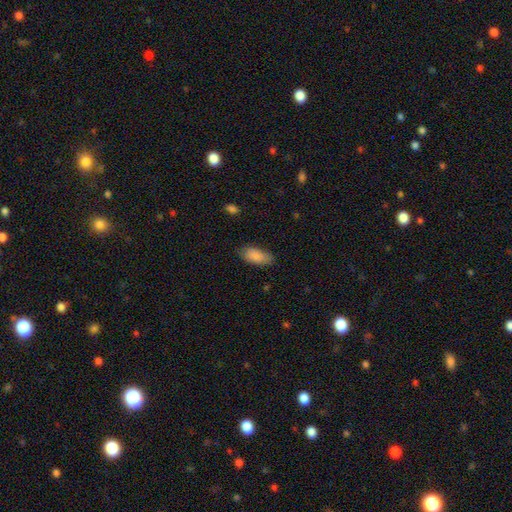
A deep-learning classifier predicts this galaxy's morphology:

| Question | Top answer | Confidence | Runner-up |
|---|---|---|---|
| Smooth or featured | smooth | 87% | featured or disk (7%) |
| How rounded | in between | 90% | cigar-shaped (7%) |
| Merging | none | 75% | minor disturbance (20%) |